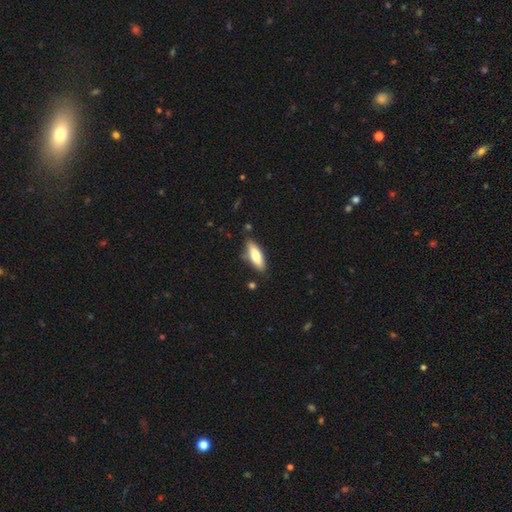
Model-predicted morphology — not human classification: Overall: smooth (72%). How rounded: in between (57%; cigar-shaped 41%). Merging: none (80%).